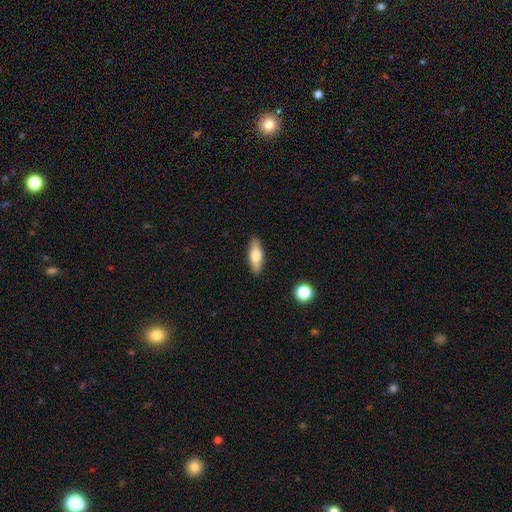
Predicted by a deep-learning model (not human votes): This is likely a smooth galaxy (66%). How rounded: possibly in between (57%). Merging: clearly none (89%).